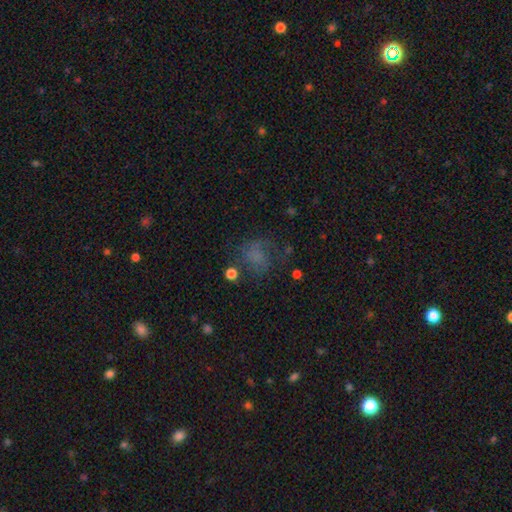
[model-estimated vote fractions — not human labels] Morphology: type=smooth (53%); roundness=round (63%); merging=none (52%).